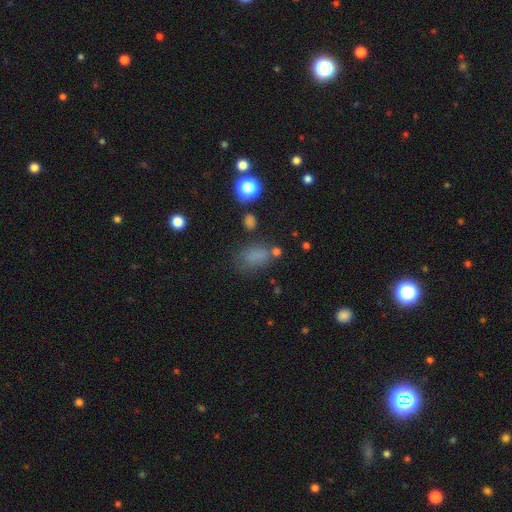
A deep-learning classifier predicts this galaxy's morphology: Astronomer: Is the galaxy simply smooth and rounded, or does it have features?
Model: smooth — 73%.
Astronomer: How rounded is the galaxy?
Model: in between — 76%.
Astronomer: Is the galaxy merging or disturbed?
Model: none — 61%.